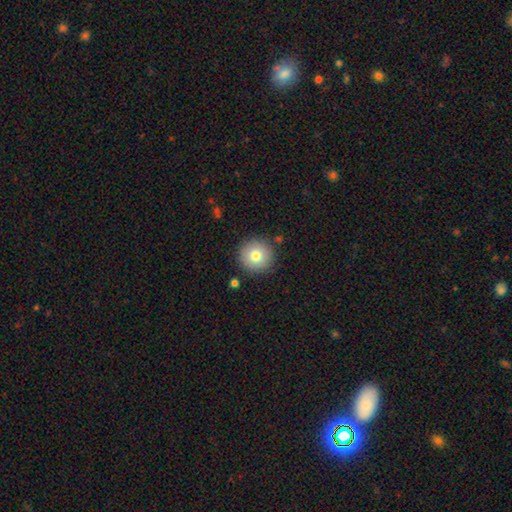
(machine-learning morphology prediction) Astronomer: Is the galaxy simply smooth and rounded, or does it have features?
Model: smooth — 78%.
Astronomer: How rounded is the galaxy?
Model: round — 95%.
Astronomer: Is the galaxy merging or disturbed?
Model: none — 88%.